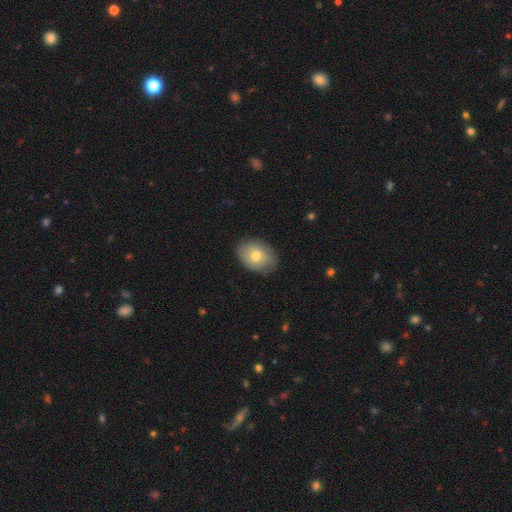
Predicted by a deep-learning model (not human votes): smooth_or_featured: smooth (p=0.72) [alt: featured or disk p=0.21]
how_rounded: in between (p=0.73) [alt: round p=0.26]
merging: none (p=0.81) [alt: minor disturbance p=0.15]